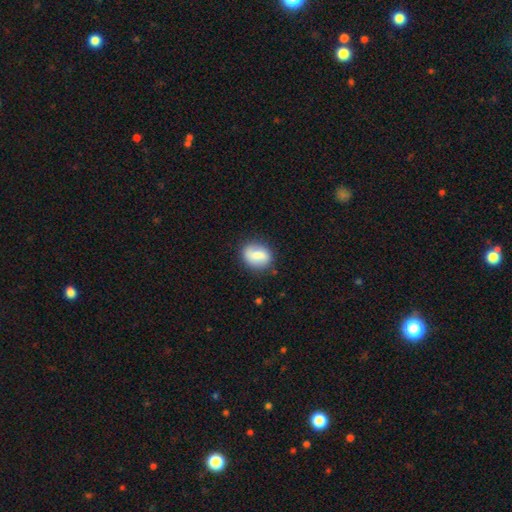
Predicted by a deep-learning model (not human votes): This appears to be a smooth galaxy with no disk features (72%) that is in between round and cigar-shaped (56%). Merging: none (78%).